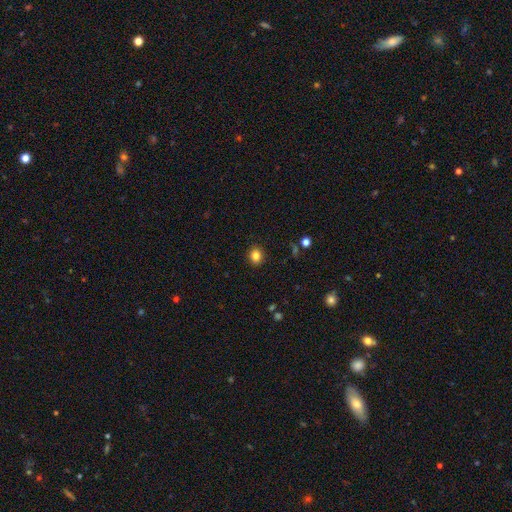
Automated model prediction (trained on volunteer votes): Morphology: type=smooth (83%); roundness=round (79%); merging=none (91%).